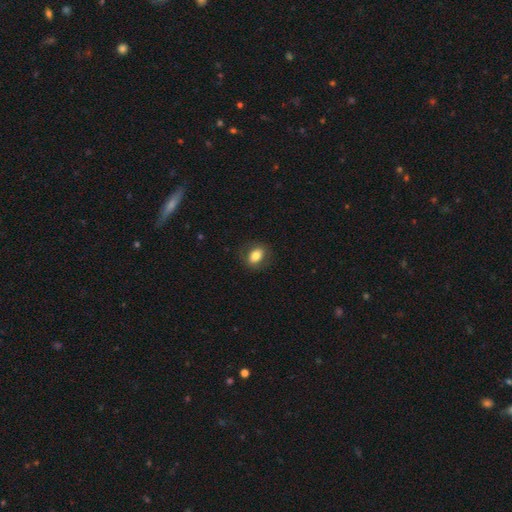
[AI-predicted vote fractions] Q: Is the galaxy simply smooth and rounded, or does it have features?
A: smooth — 77%.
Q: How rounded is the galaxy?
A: in between — 73%.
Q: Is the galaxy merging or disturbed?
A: none — 83%.